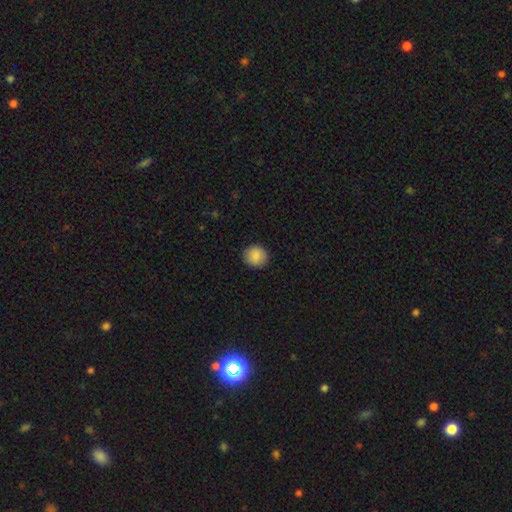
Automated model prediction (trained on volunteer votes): Smooth or featured? Predicted: smooth (p=0.88). How rounded? Predicted: round (p=0.89). Merging? Predicted: none (p=0.91).